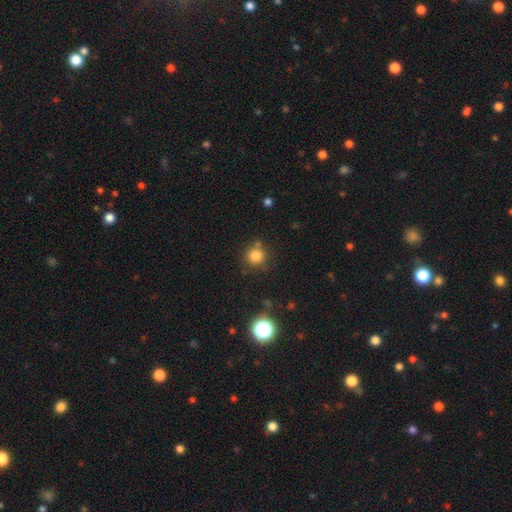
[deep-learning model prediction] smooth-or-featured: smooth: 81% | star or artifact: 13% | featured or disk: 6%
  how-rounded: round: 92% | in between: 7% | cigar-shaped: 1%
  merging: none: 76% | minor disturbance: 12% | merger: 8% | major disturbance: 4%